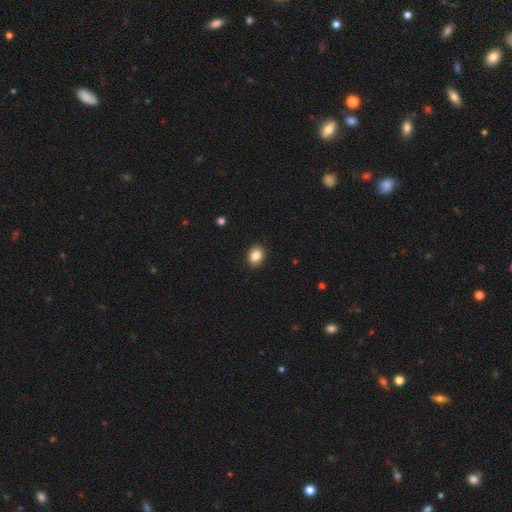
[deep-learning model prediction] smooth_or_featured: smooth (p=0.86) [alt: star or artifact p=0.09]
how_rounded: in between (p=0.55) [alt: round p=0.44]
merging: none (p=0.91) [alt: minor disturbance p=0.07]